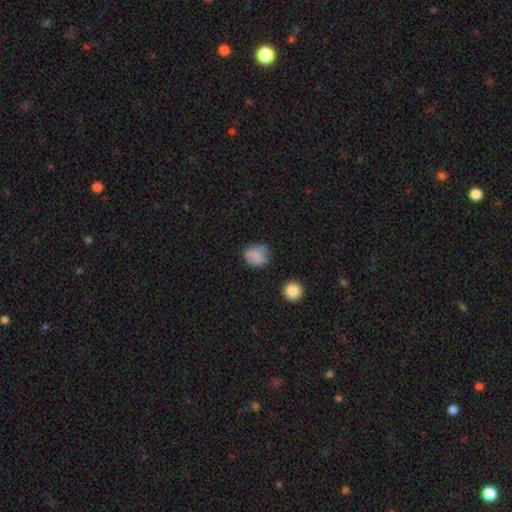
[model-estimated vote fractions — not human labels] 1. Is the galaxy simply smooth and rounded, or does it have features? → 79% smooth, 11% featured or disk, 10% star or artifact.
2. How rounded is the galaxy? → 77% round, 22% in between, 1% cigar-shaped.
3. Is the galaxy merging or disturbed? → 64% none, 25% minor disturbance, 8% major disturbance, 3% merger.